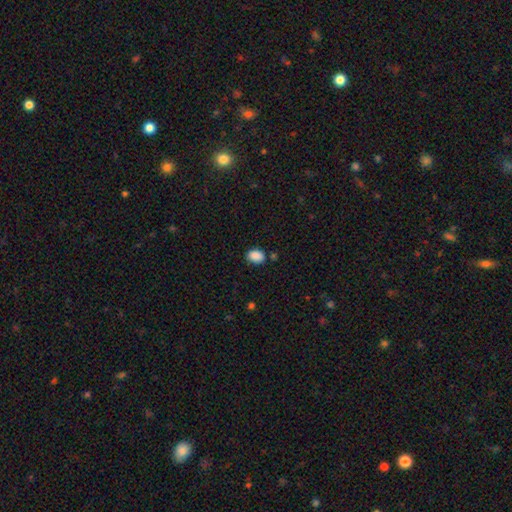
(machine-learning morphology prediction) smooth_or_featured: smooth (p=0.89) [alt: star or artifact p=0.08]
how_rounded: in between (p=0.73) [alt: round p=0.26]
merging: none (p=0.81) [alt: minor disturbance p=0.13]